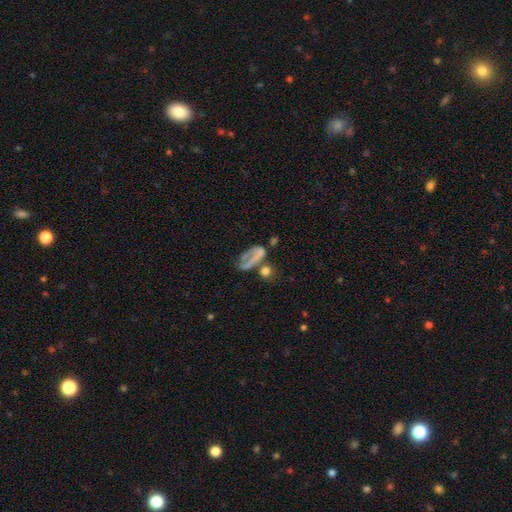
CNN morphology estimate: smooth_or_featured: smooth (p=0.46) [alt: featured or disk p=0.37]
merging: major disturbance (p=0.34) [alt: none p=0.26]